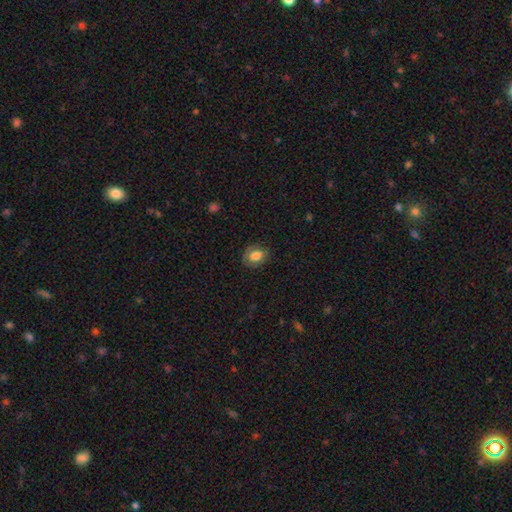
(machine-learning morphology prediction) type=smooth (75%); roundness=in between (59%); merging=none (80%).